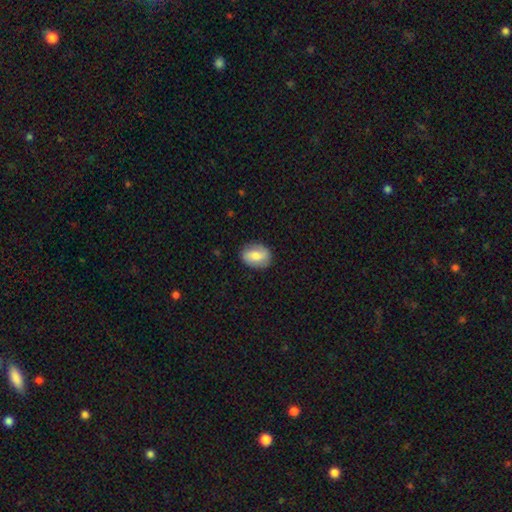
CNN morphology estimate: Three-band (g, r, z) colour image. It shows a smooth galaxy with no disk features (67%) that is in between round and cigar-shaped (65%). Merging: none (84%).